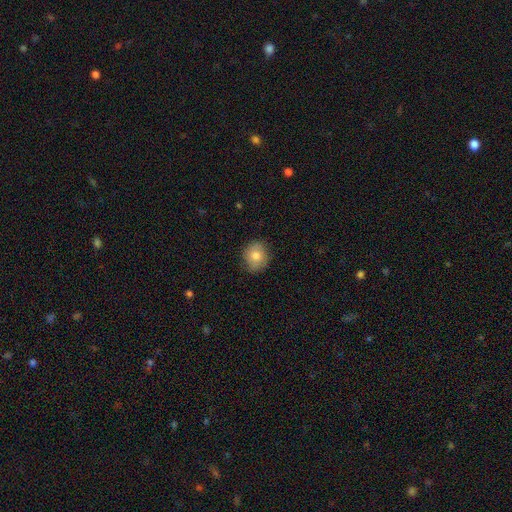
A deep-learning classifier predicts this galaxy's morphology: Smooth or featured?
  - smooth: 78% *
  - featured or disk: 13%
  - star or artifact: 9%
How rounded?
  - round: 79% *
  - in between: 20%
  - cigar-shaped: 1%
Merging?
  - none: 83% *
  - minor disturbance: 13%
  - major disturbance: 3%
  - merger: 1%